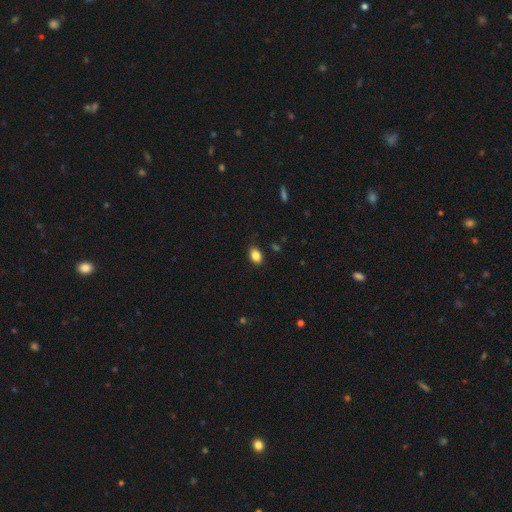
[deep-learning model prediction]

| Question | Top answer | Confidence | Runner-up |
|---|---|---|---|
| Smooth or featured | smooth | 85% | star or artifact (9%) |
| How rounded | in between | 80% | round (18%) |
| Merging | none | 85% | minor disturbance (12%) |